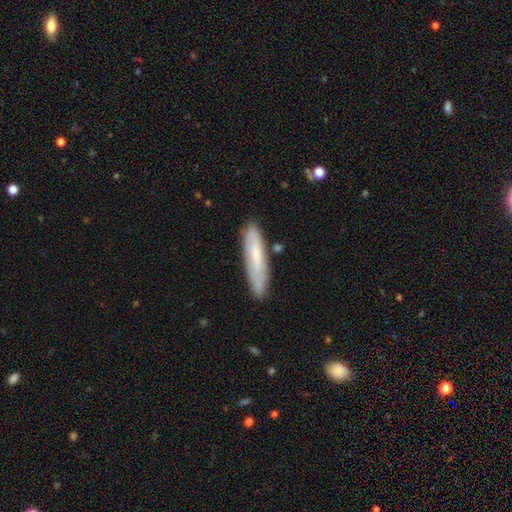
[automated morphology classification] Q: Smooth or featured?
A: smooth (64%); runner-up: featured or disk (29%)
Q: How rounded?
A: cigar-shaped (83%); runner-up: in between (15%)
Q: Merging?
A: none (82%); runner-up: minor disturbance (13%)